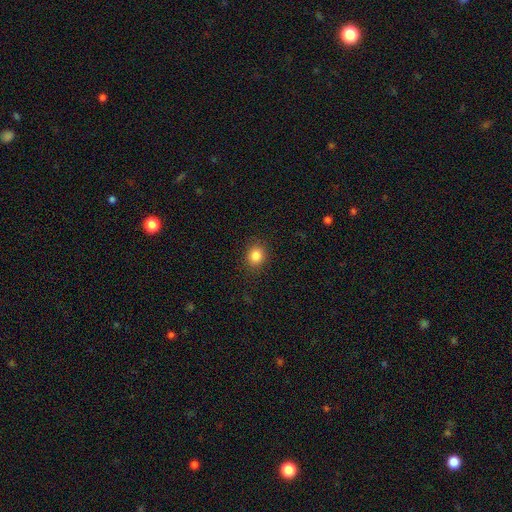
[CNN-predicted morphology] This is clearly a smooth galaxy (85%). How rounded: likely round (71%). Merging: clearly none (88%).